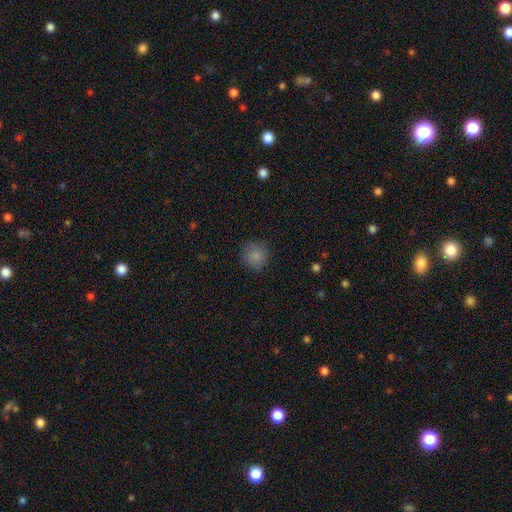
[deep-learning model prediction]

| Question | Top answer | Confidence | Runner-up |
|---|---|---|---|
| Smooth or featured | smooth | 84% | star or artifact (10%) |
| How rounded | round | 92% | in between (7%) |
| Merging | none | 84% | minor disturbance (12%) |